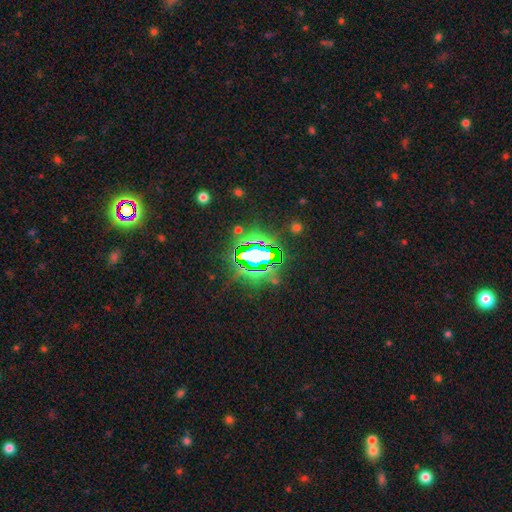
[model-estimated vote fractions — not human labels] Smooth or featured: star or artifact — 74% (smooth — 13%)